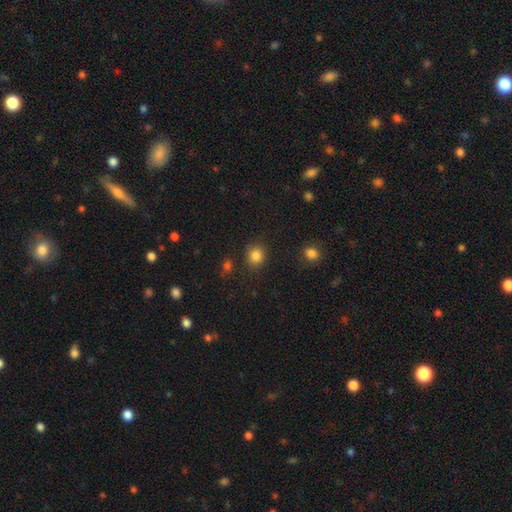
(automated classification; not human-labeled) This appears to be a smooth galaxy with no disk features (85%) that is round (78%). Merging: none (84%).